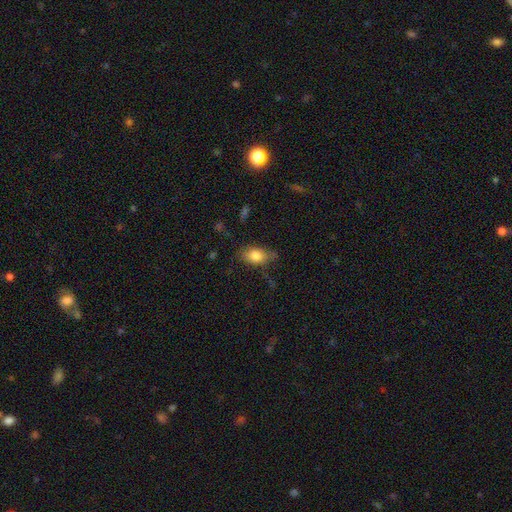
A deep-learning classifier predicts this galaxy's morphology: Smooth or featured? smooth (81%)
How rounded? in between (84%)
Merging? none (69%)